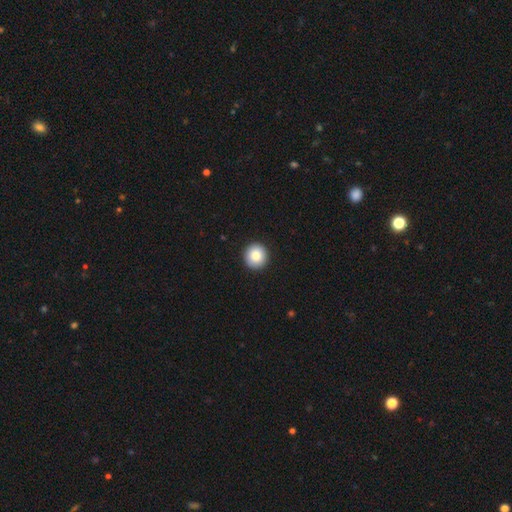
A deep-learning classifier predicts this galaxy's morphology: Smooth or featured? Predicted: smooth (p=0.84). How rounded? Predicted: round (p=0.94). Merging? Predicted: none (p=0.93).